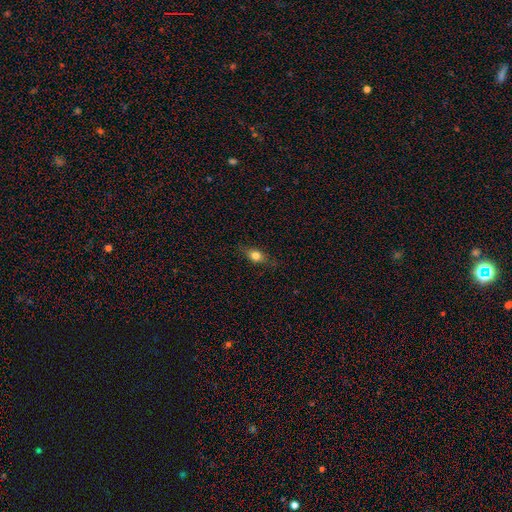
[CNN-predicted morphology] This appears to be a smooth galaxy with no disk features (70%) that is in between round and cigar-shaped (64%). Merging: none (76%).